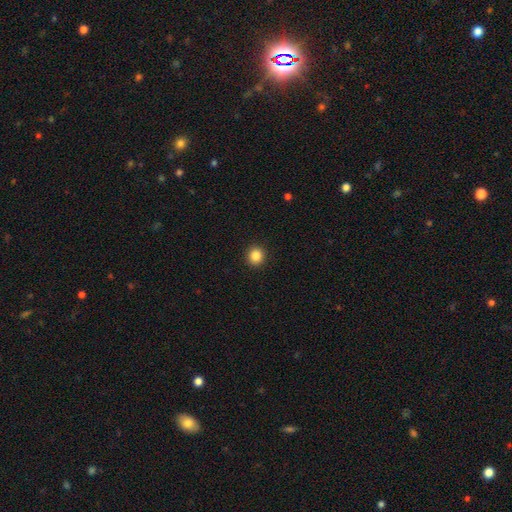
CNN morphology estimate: Smooth or featured?
  - smooth: 86% *
  - star or artifact: 10%
  - featured or disk: 4%
How rounded?
  - round: 87% *
  - in between: 13%
  - cigar-shaped: 1%
Merging?
  - none: 93% *
  - minor disturbance: 5%
  - major disturbance: 2%
  - merger: 1%